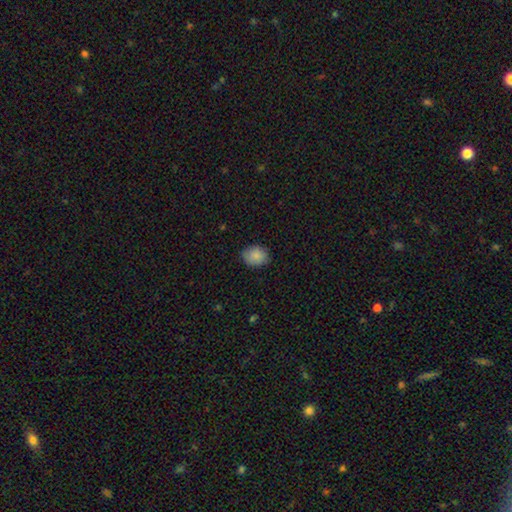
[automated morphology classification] A smooth galaxy with no disk features (88%) that is in between round and cigar-shaped (60%). Merging: none (82%).